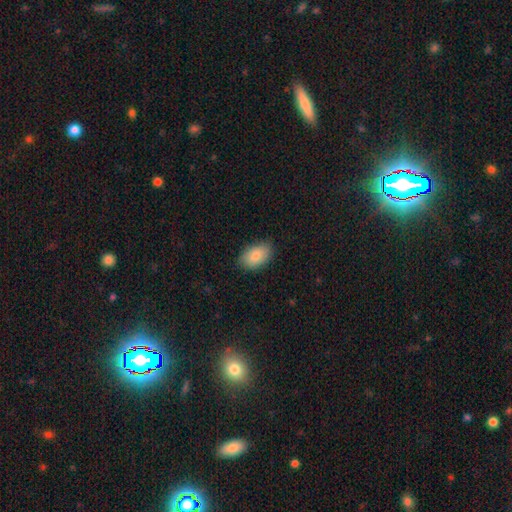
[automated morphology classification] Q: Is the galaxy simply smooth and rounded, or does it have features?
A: smooth — 84%.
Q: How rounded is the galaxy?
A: in between — 92%.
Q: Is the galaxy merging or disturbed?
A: none — 83%.